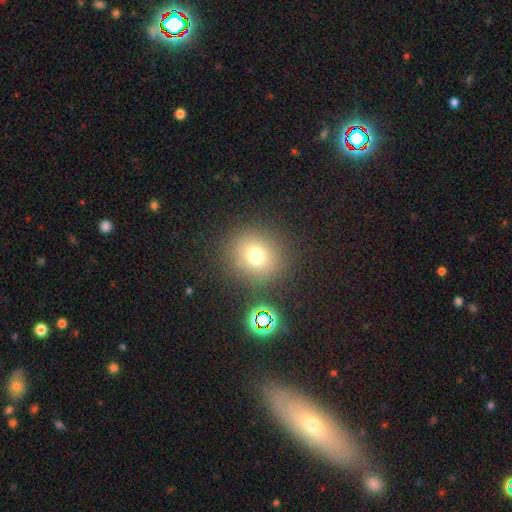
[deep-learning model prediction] A smooth galaxy with no disk features (71%) that is round (86%). Merging: none (84%).